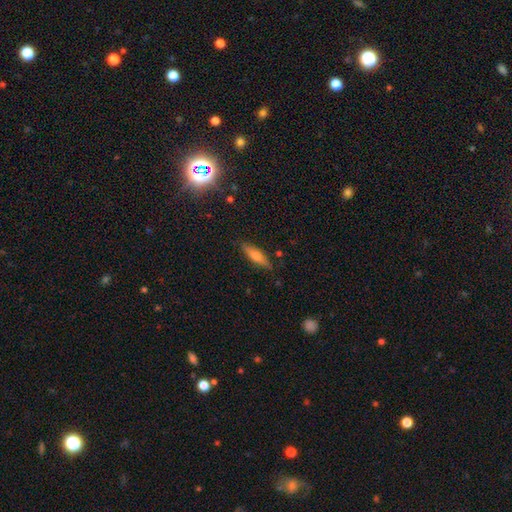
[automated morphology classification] Smooth or featured? Predicted: smooth (p=0.60). How rounded? Predicted: cigar-shaped (p=0.65). Merging? Predicted: none (p=0.84).